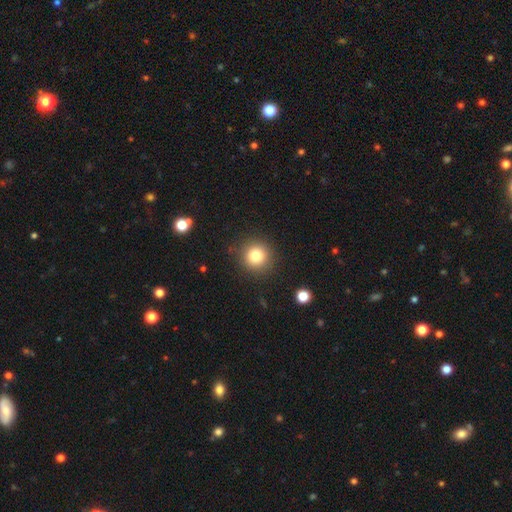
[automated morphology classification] Smooth or featured: smooth — 80% (star or artifact — 12%)
How rounded: round — 94% (in between — 5%)
Merging: none — 88% (minor disturbance — 7%)